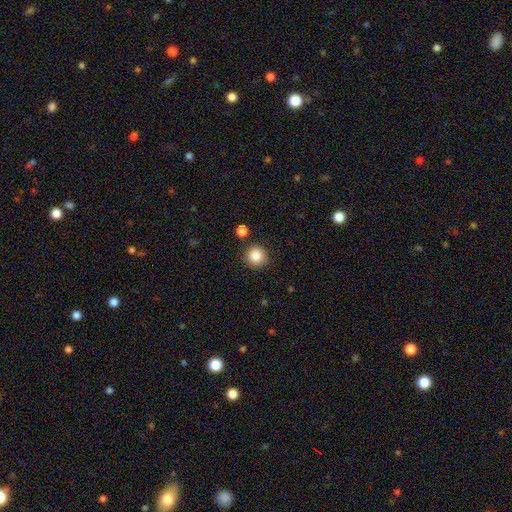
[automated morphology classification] Smooth or featured? Predicted: smooth (p=0.85). How rounded? Predicted: round (p=0.93). Merging? Predicted: none (p=0.86).